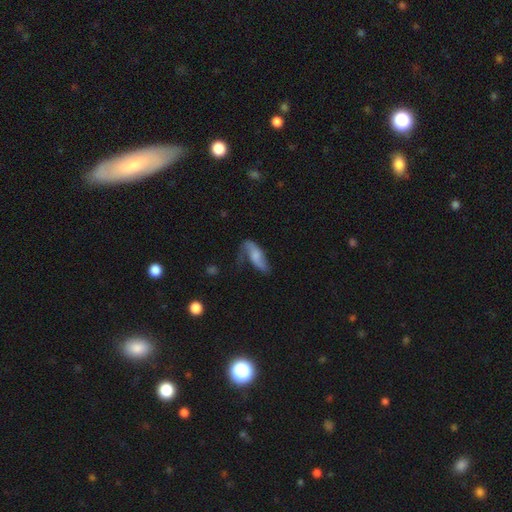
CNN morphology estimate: This is possibly a featured or disk galaxy (47%). Merging: marginally none (41%).